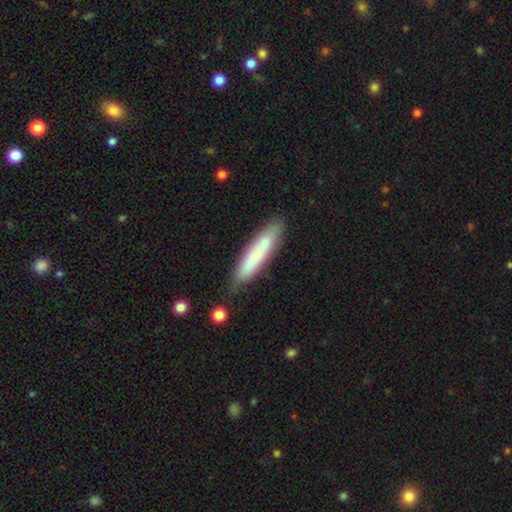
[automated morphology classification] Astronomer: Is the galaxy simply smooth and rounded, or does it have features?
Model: smooth — 72%.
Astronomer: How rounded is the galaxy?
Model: cigar-shaped — 84%.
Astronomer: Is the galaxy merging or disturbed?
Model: none — 77%.